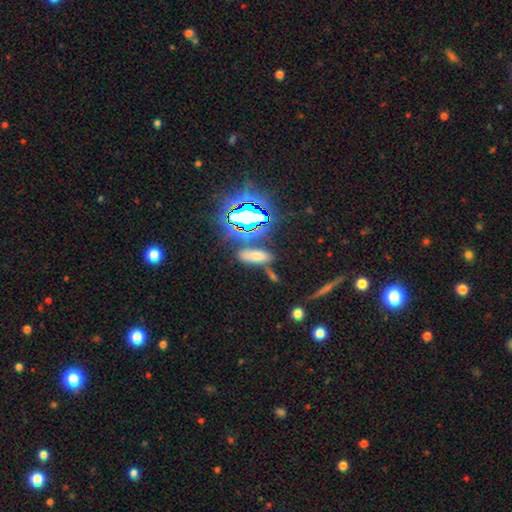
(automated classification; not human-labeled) smooth_or_featured: smooth (p=0.58) [alt: star or artifact p=0.29]
how_rounded: in between (p=0.66) [alt: cigar-shaped p=0.27]
merging: none (p=0.64) [alt: minor disturbance p=0.15]